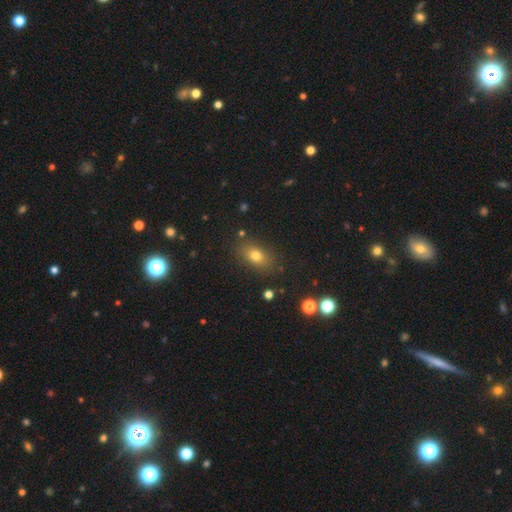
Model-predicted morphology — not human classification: The model was most divided on "how rounded": in between: 77%, round: 19%, cigar-shaped: 4%. More confident: merging — none (84%); smooth or featured — smooth (75%).